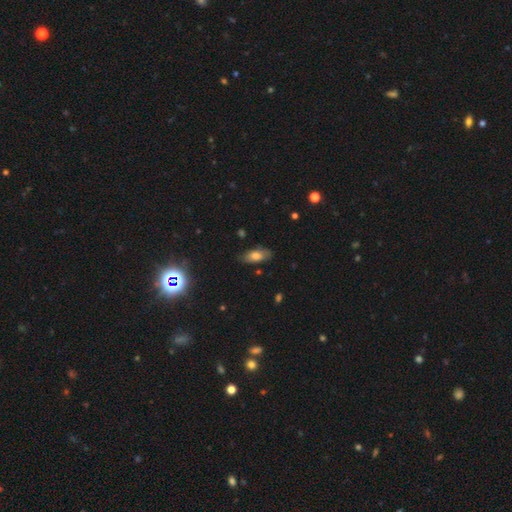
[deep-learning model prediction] Q: Smooth or featured?
A: smooth (70%); runner-up: featured or disk (20%)
Q: How rounded?
A: in between (83%); runner-up: cigar-shaped (14%)
Q: Merging?
A: none (79%); runner-up: minor disturbance (16%)